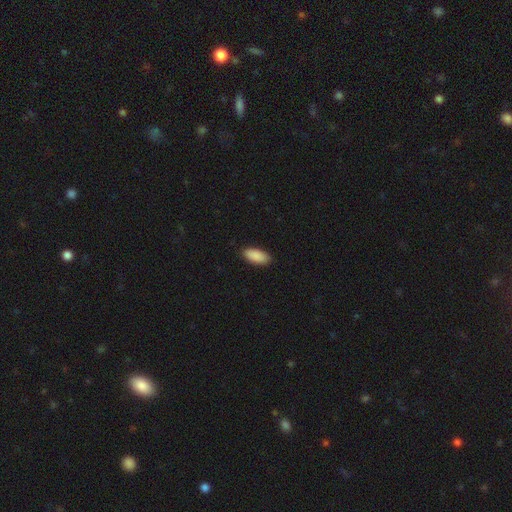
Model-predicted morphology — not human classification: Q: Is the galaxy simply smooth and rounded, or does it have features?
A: smooth — 91%.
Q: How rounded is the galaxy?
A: in between — 87%.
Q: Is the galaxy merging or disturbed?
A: none — 89%.